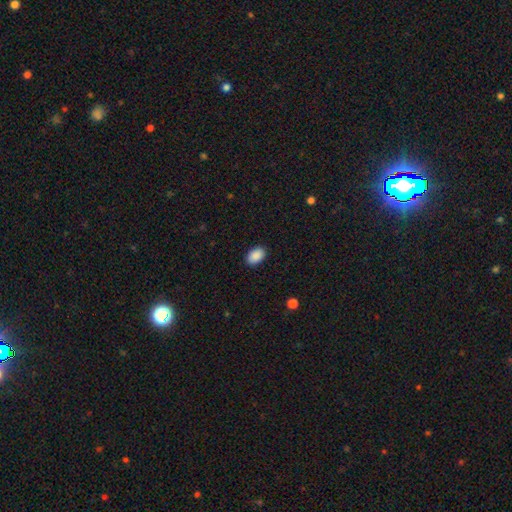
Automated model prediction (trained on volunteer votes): Smooth or featured? smooth (90%)
How rounded? in between (88%)
Merging? none (90%)